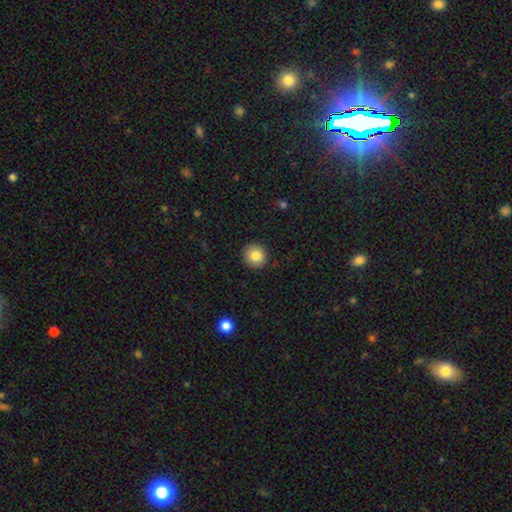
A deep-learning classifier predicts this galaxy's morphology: A smooth galaxy with no disk features (84%) that is round (92%).

Vote fractions:
- Smooth or featured? smooth: 84% / star or artifact: 9% / featured or disk: 7%
- How rounded? round: 92% / in between: 7% / cigar-shaped: 1%
- Merging? none: 91% / minor disturbance: 6% / major disturbance: 2% / merger: 1%